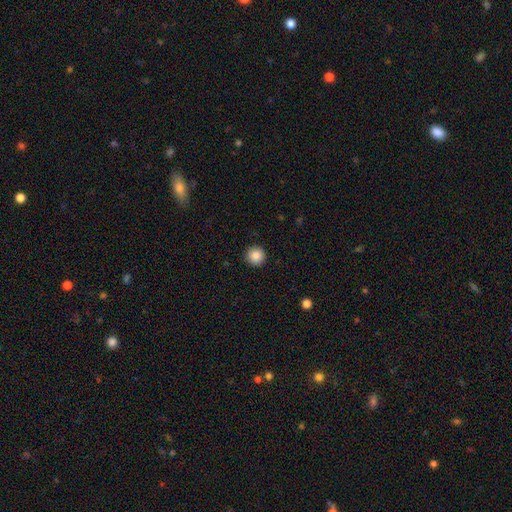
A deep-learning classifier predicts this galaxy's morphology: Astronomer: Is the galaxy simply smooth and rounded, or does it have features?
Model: smooth — 87%.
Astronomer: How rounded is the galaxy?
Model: round — 96%.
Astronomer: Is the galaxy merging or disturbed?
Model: none — 92%.